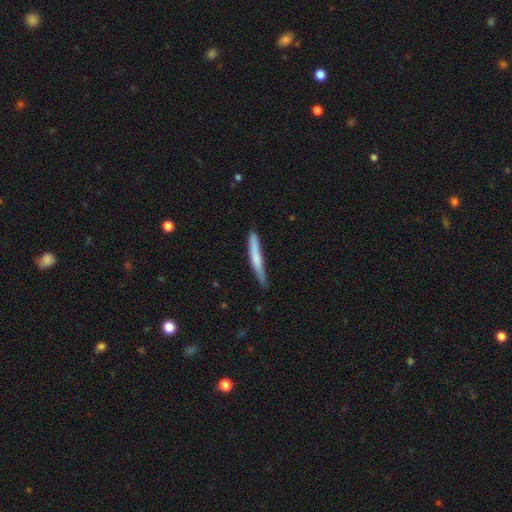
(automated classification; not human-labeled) Smooth or featured?
  - smooth: 63% *
  - featured or disk: 32%
  - star or artifact: 5%
How rounded?
  - cigar-shaped: 95% *
  - in between: 3%
  - round: 1%
Merging?
  - none: 76% *
  - minor disturbance: 19%
  - major disturbance: 3%
  - merger: 2%